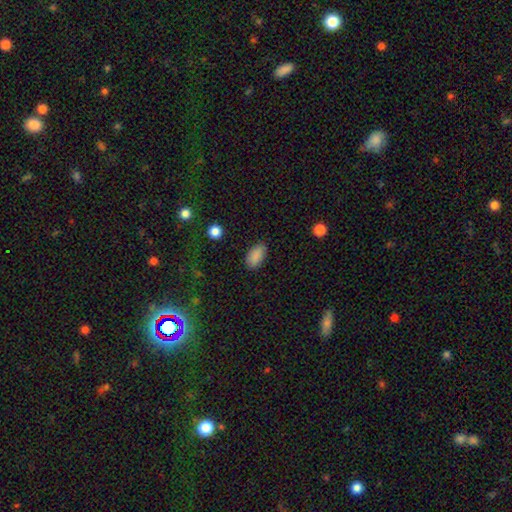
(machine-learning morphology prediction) Q: Smooth or featured?
A: smooth (89%); runner-up: star or artifact (8%)
Q: How rounded?
A: in between (93%); runner-up: round (4%)
Q: Merging?
A: none (84%); runner-up: minor disturbance (12%)